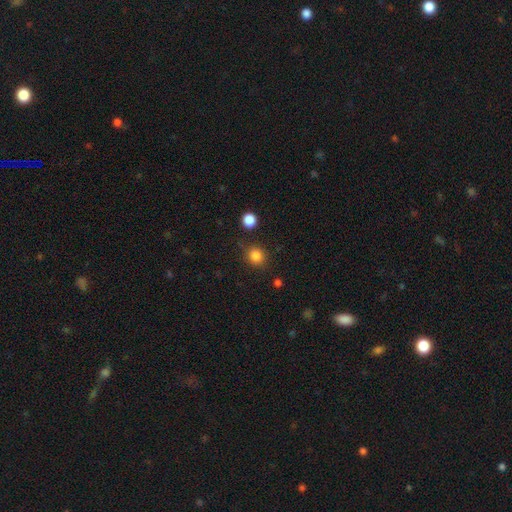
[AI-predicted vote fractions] The model was most divided on "how rounded": round: 83%, in between: 16%, cigar-shaped: 1%. More confident: smooth or featured — smooth (84%); merging — none (82%).